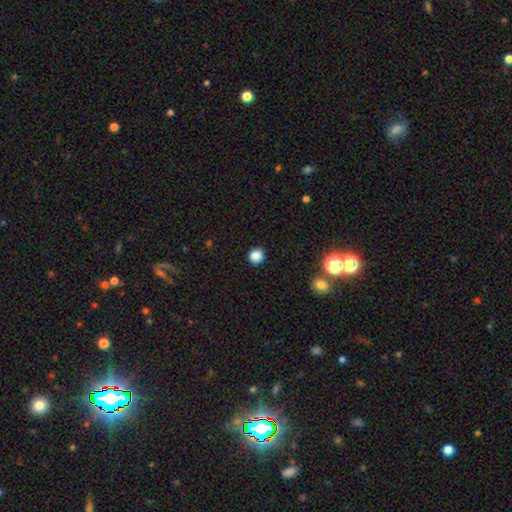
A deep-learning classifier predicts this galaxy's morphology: Q: Smooth or featured?
A: smooth (85%); runner-up: star or artifact (12%)
Q: How rounded?
A: round (89%); runner-up: in between (10%)
Q: Merging?
A: none (91%); runner-up: minor disturbance (6%)